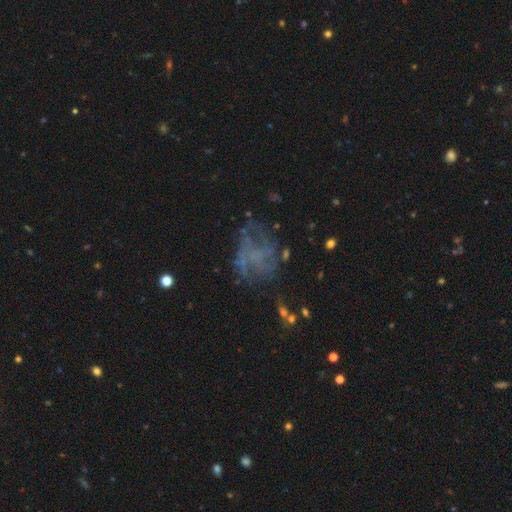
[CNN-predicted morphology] A featured or disk galaxy (60%) with no bar (82%), no spiral arms (59%) and no central bulge (77%). Merging: none (50%).